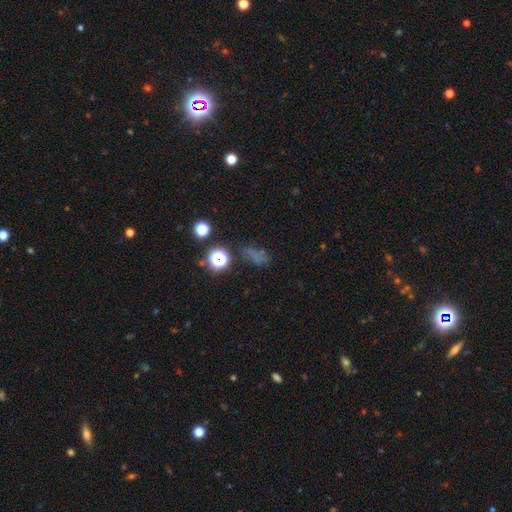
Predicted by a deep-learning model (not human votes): This appears to be a smooth galaxy with no disk features (45%). Merging: none (62%).